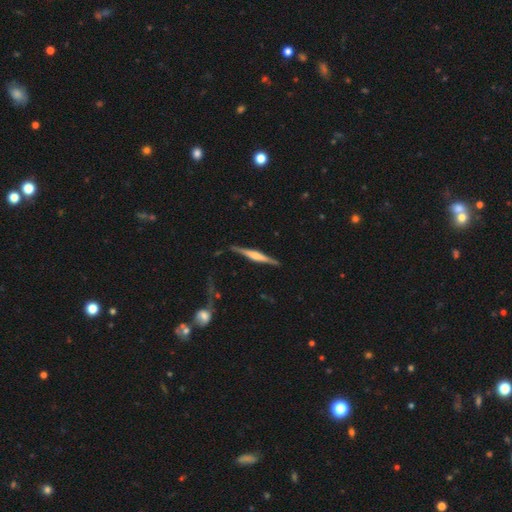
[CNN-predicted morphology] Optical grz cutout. It shows a featured or disk galaxy (66%) viewed edge-on (98%) with a rounded central bulge (49%). Merging: none (85%).